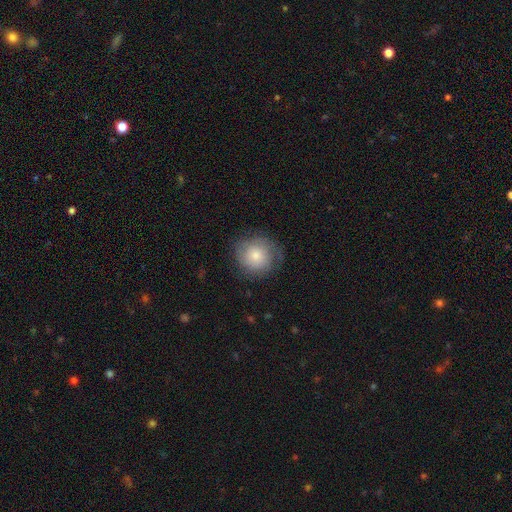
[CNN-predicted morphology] Q: Smooth or featured?
A: smooth (66%); runner-up: featured or disk (26%)
Q: How rounded?
A: round (90%); runner-up: in between (9%)
Q: Merging?
A: none (71%); runner-up: minor disturbance (20%)